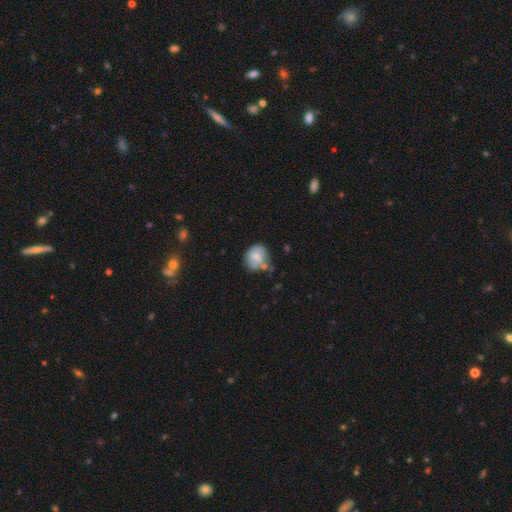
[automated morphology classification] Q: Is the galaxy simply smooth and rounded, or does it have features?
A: smooth — 68%.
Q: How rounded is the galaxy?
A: round — 60%.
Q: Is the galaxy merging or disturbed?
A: none — 46%.